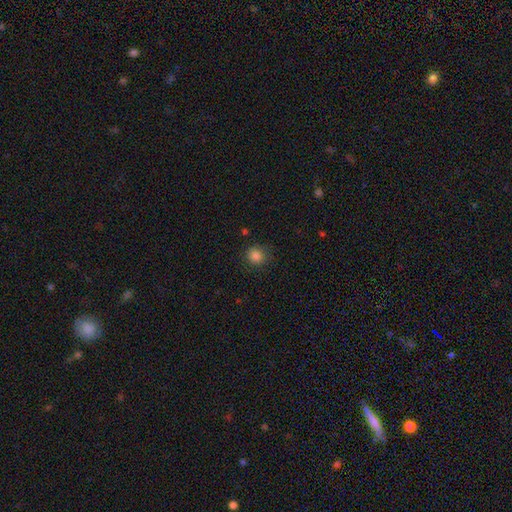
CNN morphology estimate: Overall: smooth (84%). How rounded: round (85%). Merging: none (84%).